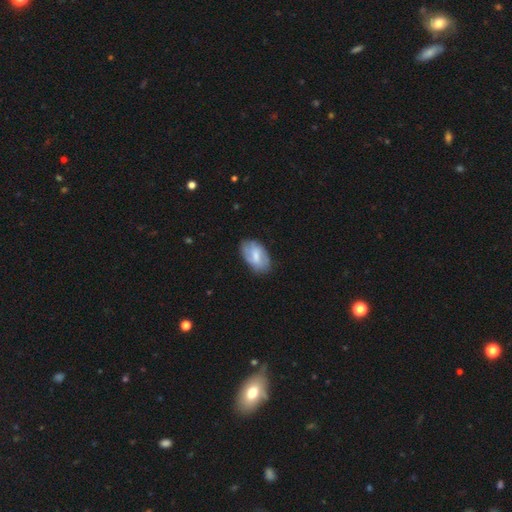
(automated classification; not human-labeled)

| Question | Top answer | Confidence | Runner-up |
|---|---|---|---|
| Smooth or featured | smooth | 57% | featured or disk (36%) |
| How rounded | in between | 93% | round (5%) |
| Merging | none | 70% | minor disturbance (23%) |